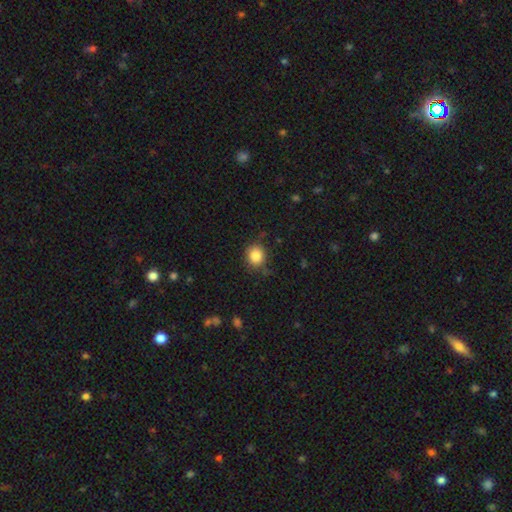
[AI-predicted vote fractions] Smooth or featured? Predicted: smooth (p=0.85). How rounded? Predicted: round (p=0.80). Merging? Predicted: none (p=0.81).